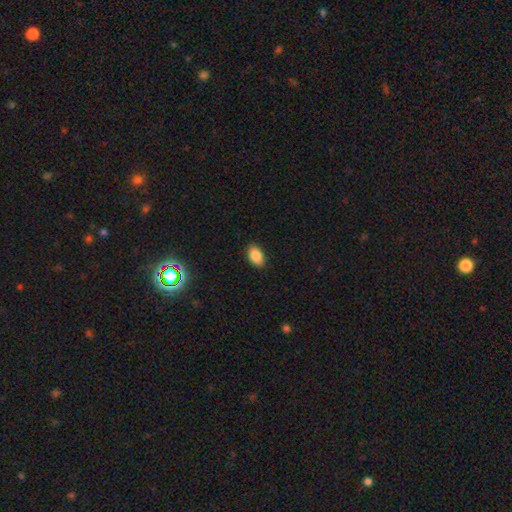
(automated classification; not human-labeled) Morphology: type=smooth (86%); roundness=in between (90%); merging=none (89%).